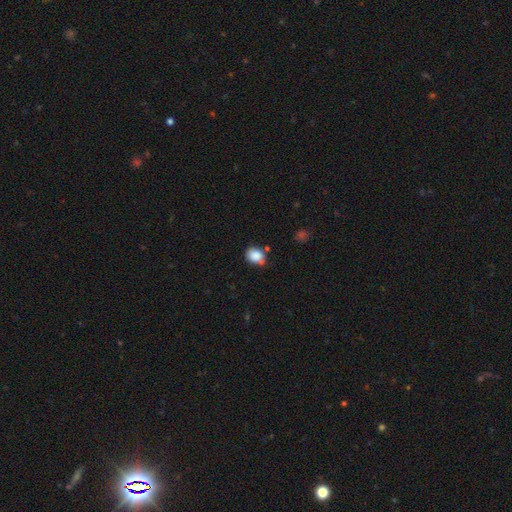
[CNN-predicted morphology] Smooth or featured? Predicted: smooth (p=0.86). How rounded? Predicted: round (p=0.50). Merging? Predicted: none (p=0.59).